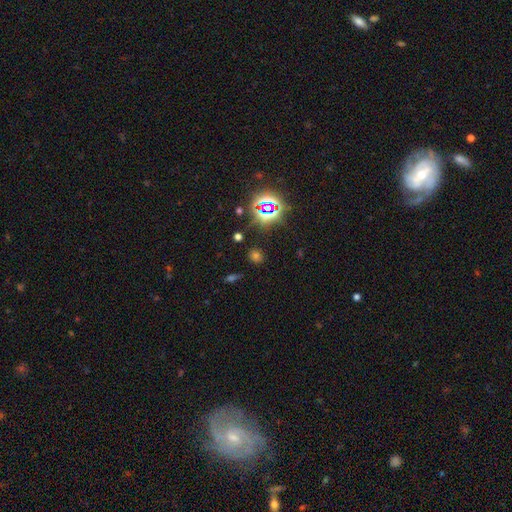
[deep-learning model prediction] This appears to be a smooth galaxy with no disk features (48%). Merging: none (84%).